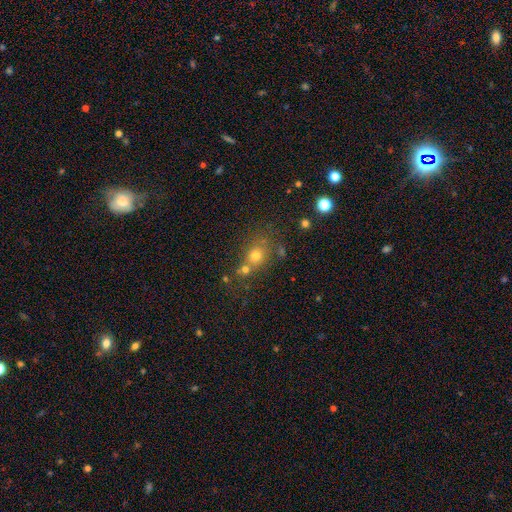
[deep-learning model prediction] Overall: smooth (68%). How rounded: round (73%). Merging: none (55%; merger 27%).